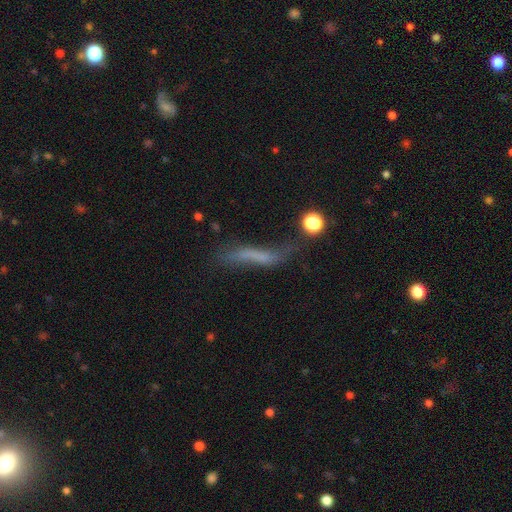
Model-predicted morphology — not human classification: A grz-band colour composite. It shows a smooth galaxy with no disk features (47%). Merging: none (40%).